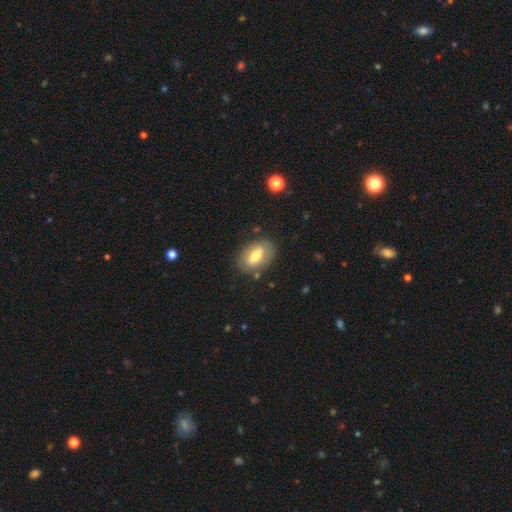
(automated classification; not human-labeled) Q: Smooth or featured?
A: smooth (57%); runner-up: featured or disk (35%)
Q: How rounded?
A: in between (89%); runner-up: round (8%)
Q: Merging?
A: none (77%); runner-up: minor disturbance (15%)